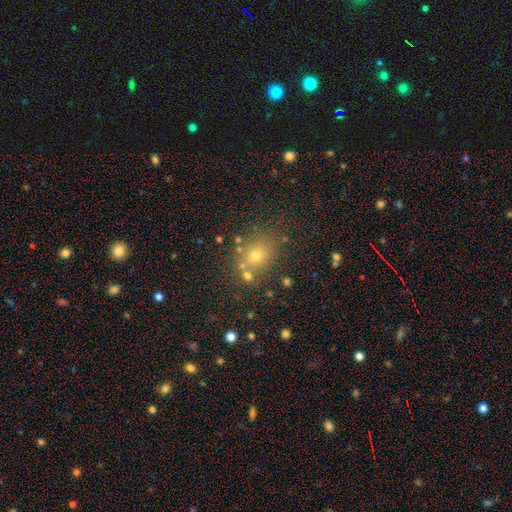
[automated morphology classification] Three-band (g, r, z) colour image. It shows a smooth galaxy with no disk features (64%) that is round (64%). Merging: none (72%).